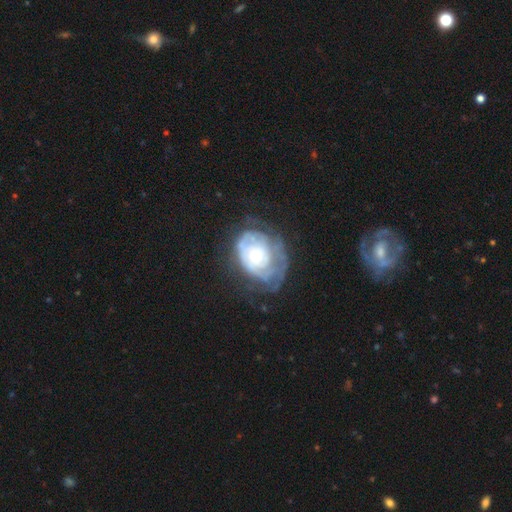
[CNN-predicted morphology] This is likely a featured or disk galaxy (72%). It is clearly not viewed edge-on (97%). Bar: clearly no (83%). Spiral arm pattern: likely yes (71%). Central bulge: possibly moderate (51%). Merging: marginally none (45%).